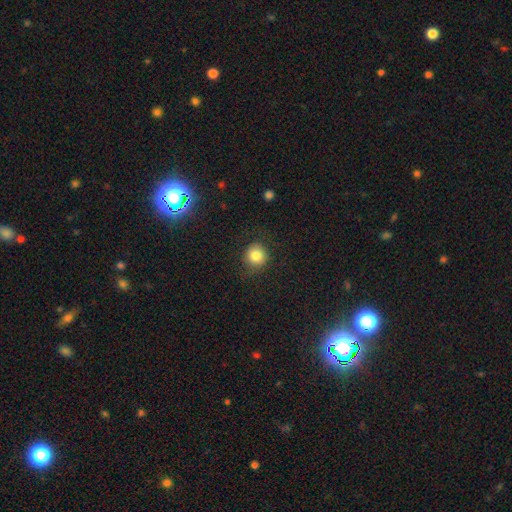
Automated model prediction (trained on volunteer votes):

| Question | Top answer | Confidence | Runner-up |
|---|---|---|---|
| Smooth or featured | smooth | 83% | star or artifact (10%) |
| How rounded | round | 90% | in between (9%) |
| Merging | none | 84% | minor disturbance (11%) |